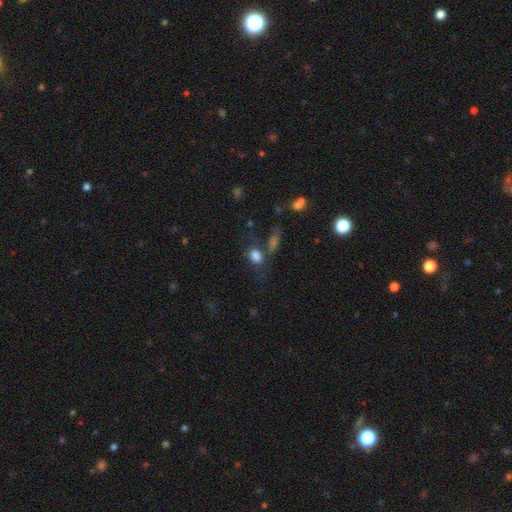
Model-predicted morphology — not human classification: The model was most divided on "merging": none: 48%, merger: 23%, minor disturbance: 17%, major disturbance: 12%. More confident: smooth or featured — smooth (80%); how rounded — in between (77%).